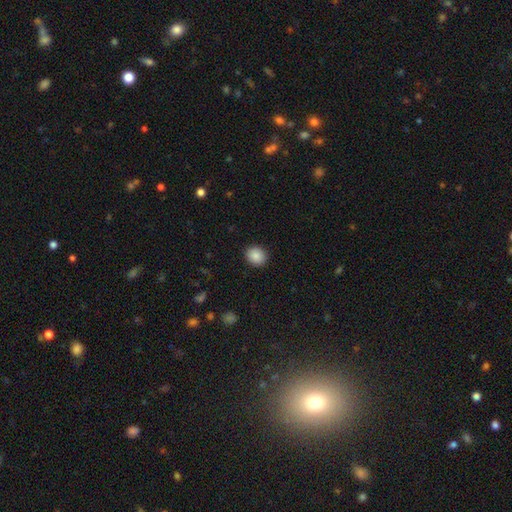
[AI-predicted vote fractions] smooth_or_featured: smooth (p=0.88) [alt: star or artifact p=0.09]
how_rounded: round (p=0.78) [alt: in between p=0.21]
merging: none (p=0.91) [alt: minor disturbance p=0.06]